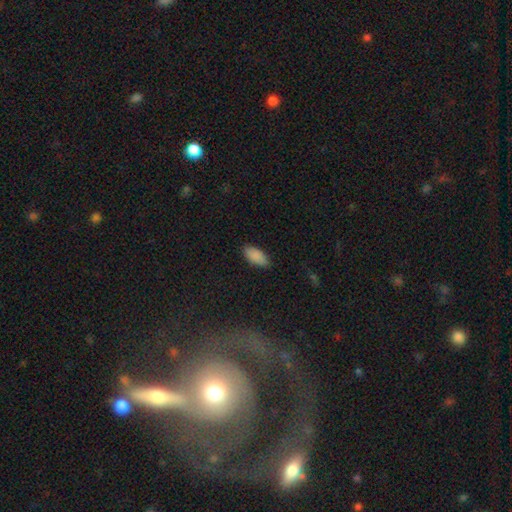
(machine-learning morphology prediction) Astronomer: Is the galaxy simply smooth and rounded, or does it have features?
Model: smooth — 88%.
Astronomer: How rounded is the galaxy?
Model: in between — 91%.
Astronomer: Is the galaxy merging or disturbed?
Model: none — 85%.